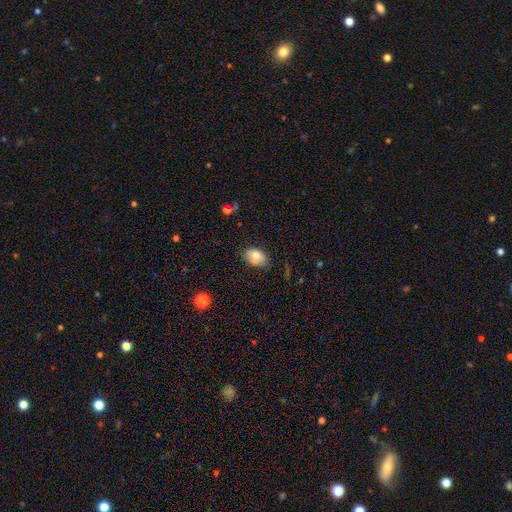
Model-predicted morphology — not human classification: The model was most divided on "merging": none: 66%, minor disturbance: 27%, major disturbance: 5%, merger: 2%. More confident: how rounded — in between (82%); smooth or featured — smooth (73%).